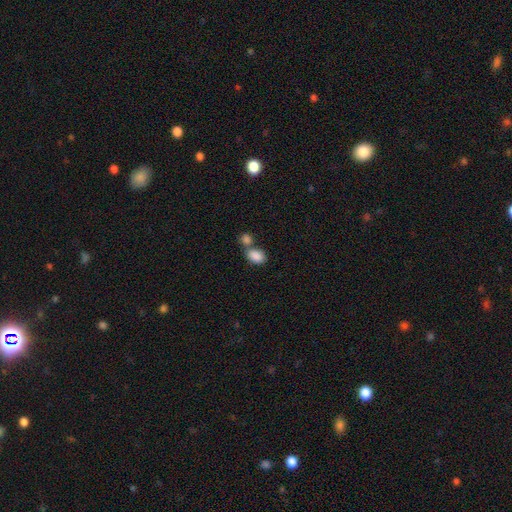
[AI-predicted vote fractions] This is clearly a smooth galaxy (87%). How rounded: clearly in between (80%). Merging: possibly merger (46%).